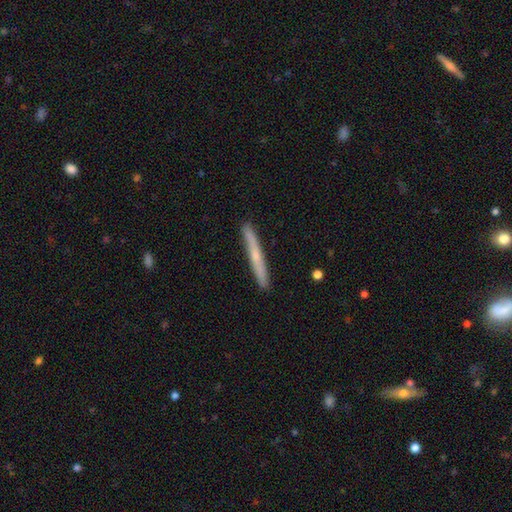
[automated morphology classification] Q: Smooth or featured?
A: featured or disk (49%); runner-up: smooth (45%)
Q: Merging?
A: none (90%); runner-up: minor disturbance (8%)